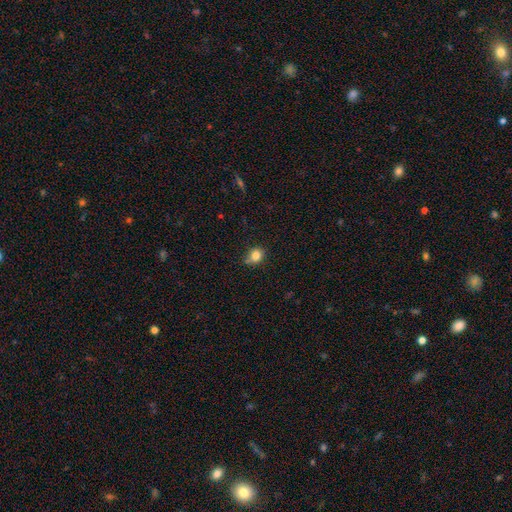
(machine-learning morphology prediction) A smooth galaxy with no disk features (82%) that is round (70%).

Vote fractions:
- Smooth or featured? smooth: 82% / star or artifact: 11% / featured or disk: 7%
- How rounded? round: 70% / in between: 29% / cigar-shaped: 1%
- Merging? none: 65% / minor disturbance: 25% / merger: 5% / major disturbance: 5%